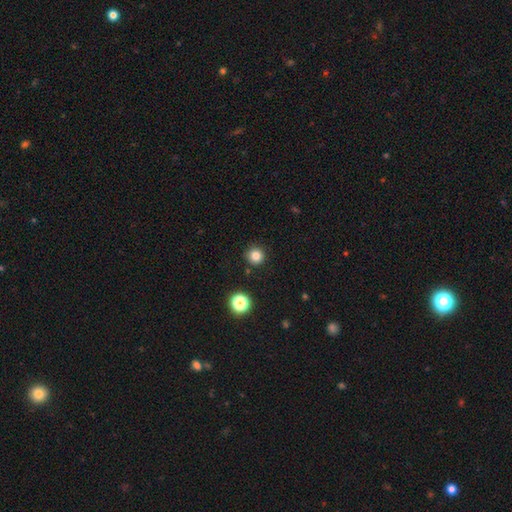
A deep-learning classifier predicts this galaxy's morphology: A smooth galaxy with no disk features (82%) that is round (95%). Merging: none (90%).